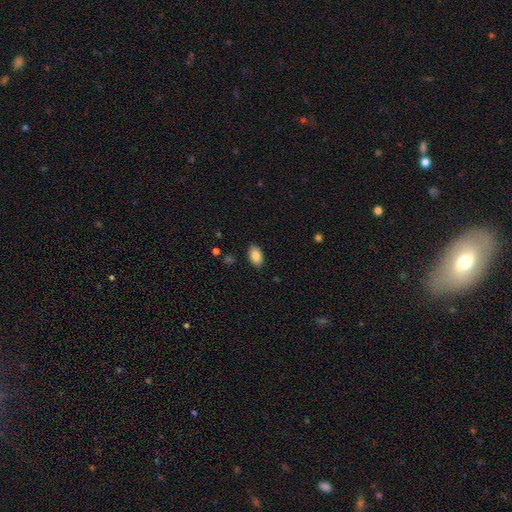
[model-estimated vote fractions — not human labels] Smooth or featured?
  - smooth: 87% *
  - star or artifact: 7%
  - featured or disk: 6%
How rounded?
  - in between: 93% *
  - round: 5%
  - cigar-shaped: 2%
Merging?
  - none: 88% *
  - minor disturbance: 9%
  - major disturbance: 2%
  - merger: 1%